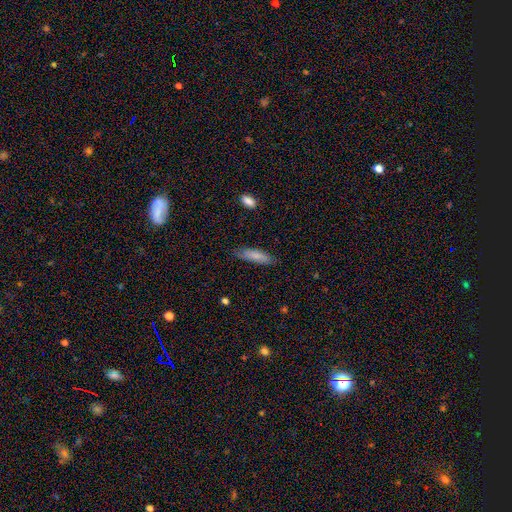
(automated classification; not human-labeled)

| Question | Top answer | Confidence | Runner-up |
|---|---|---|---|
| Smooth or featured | smooth | 78% | featured or disk (16%) |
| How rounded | cigar-shaped | 64% | in between (35%) |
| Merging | none | 82% | minor disturbance (14%) |